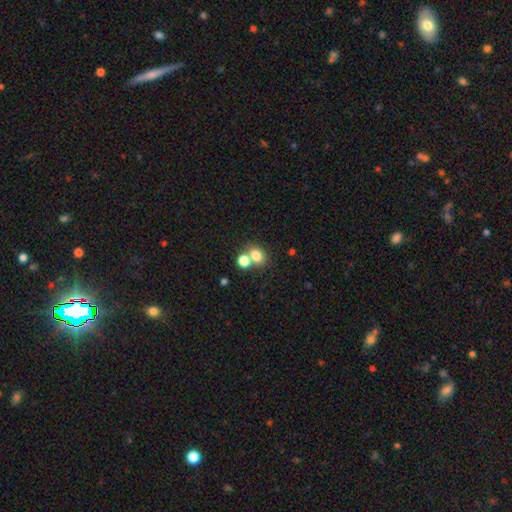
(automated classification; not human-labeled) Smooth or featured: smooth — 78% (star or artifact — 13%)
How rounded: round — 51% (in between — 48%)
Merging: none — 48% (merger — 40%)